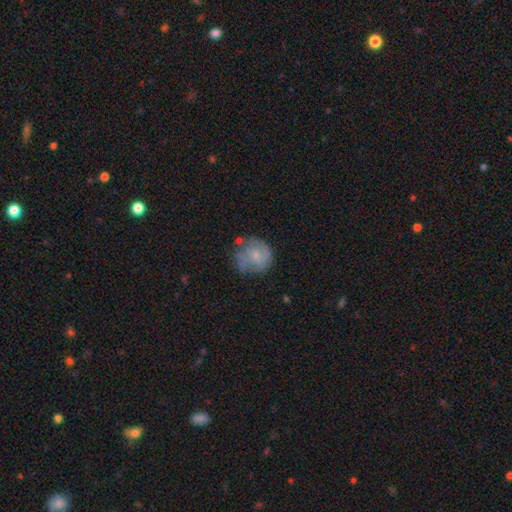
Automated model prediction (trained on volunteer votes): smooth-or-featured: featured or disk: 55% | smooth: 38% | star or artifact: 7%
  disk-edge-on: no: 98% | yes: 2%
    bar: no: 68% | weak: 29% | strong: 4%
    has-spiral-arms: yes: 77% | no: 23%
    bulge-size: small: 57% | moderate: 30% | none: 10% | large: 2% | dominant: 1%
  merging: none: 60% | minor disturbance: 25% | major disturbance: 11% | merger: 5%